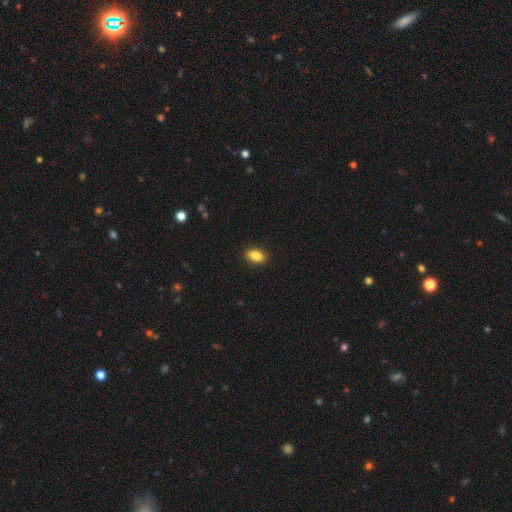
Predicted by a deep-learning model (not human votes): The model was most divided on "smooth or featured": smooth: 86%, star or artifact: 8%, featured or disk: 6%. More confident: merging — none (89%); how rounded — in between (88%).